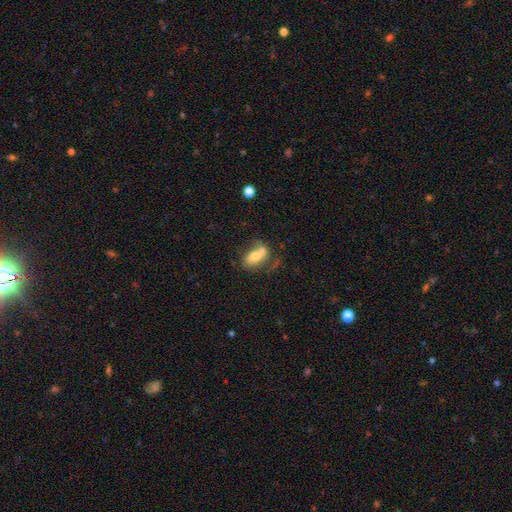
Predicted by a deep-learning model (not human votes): A smooth galaxy with no disk features (63%) that is in between round and cigar-shaped (83%). Merging: merger (45%).